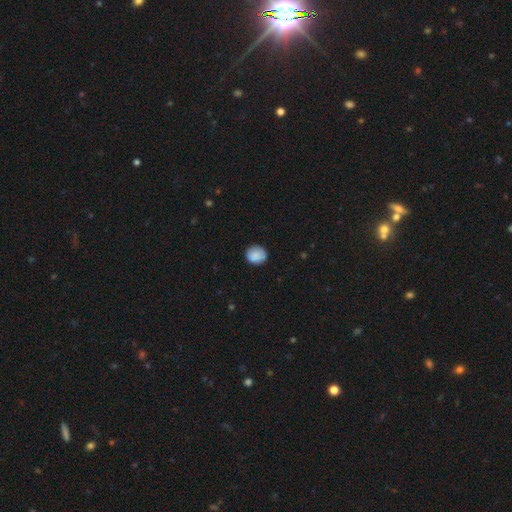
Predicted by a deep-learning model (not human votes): A smooth galaxy with no disk features (87%) that is round (74%).

Vote fractions:
- Smooth or featured? smooth: 87% / star or artifact: 7% / featured or disk: 6%
- How rounded? round: 74% / in between: 25% / cigar-shaped: 1%
- Merging? none: 84% / minor disturbance: 13% / major disturbance: 2% / merger: 1%